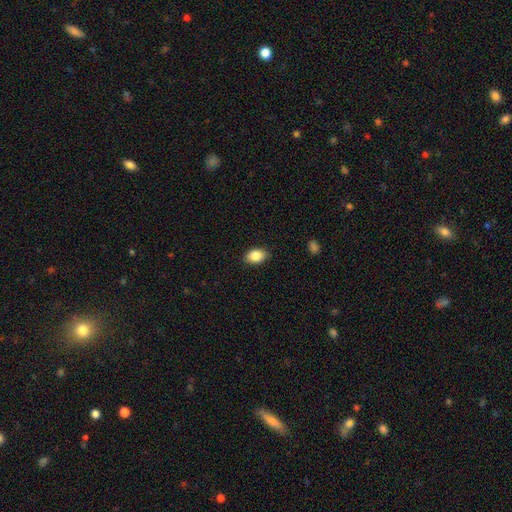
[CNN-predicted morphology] smooth_or_featured: smooth (p=0.86) [alt: star or artifact p=0.08]
how_rounded: in between (p=0.85) [alt: round p=0.13]
merging: none (p=0.87) [alt: minor disturbance p=0.10]